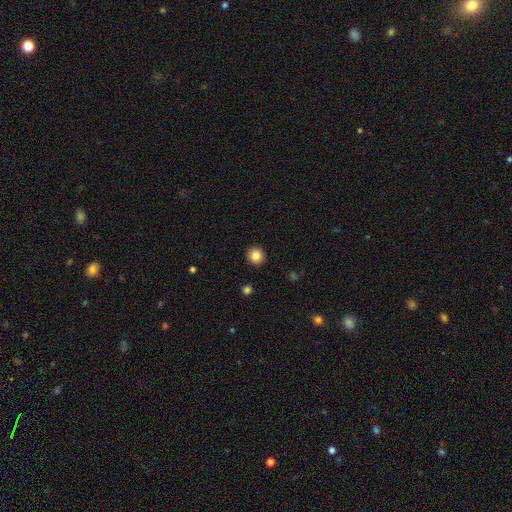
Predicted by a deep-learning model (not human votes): This appears to be a smooth galaxy with no disk features (84%) that is round (95%). Merging: none (93%).